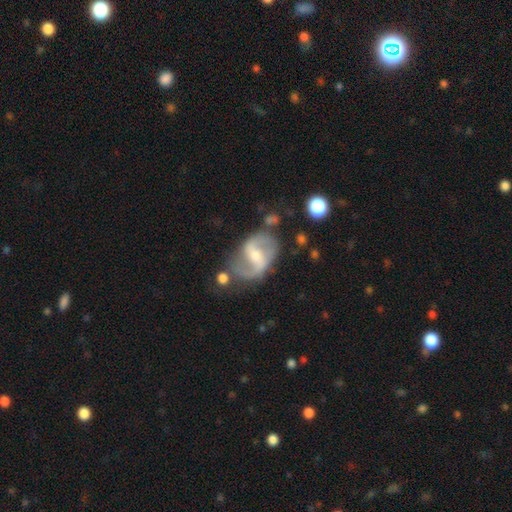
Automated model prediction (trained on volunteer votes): smooth-or-featured: featured or disk: 82% | smooth: 12% | star or artifact: 6%
  disk-edge-on: no: 97% | yes: 3%
    bar: weak: 46% | strong: 38% | no: 16%
    has-spiral-arms: yes: 91% | no: 9%
      spiral-winding: loose: 44% | medium: 43% | tight: 12%
      spiral-arm-count: 2: 87% | can't tell: 6% | 1: 4% | 3: 1% | 4: 1% | more than 4: 1%
    bulge-size: moderate: 49% | small: 43% | large: 4% | none: 3% | dominant: 1%
  merging: none: 60% | minor disturbance: 21% | major disturbance: 11% | merger: 8%